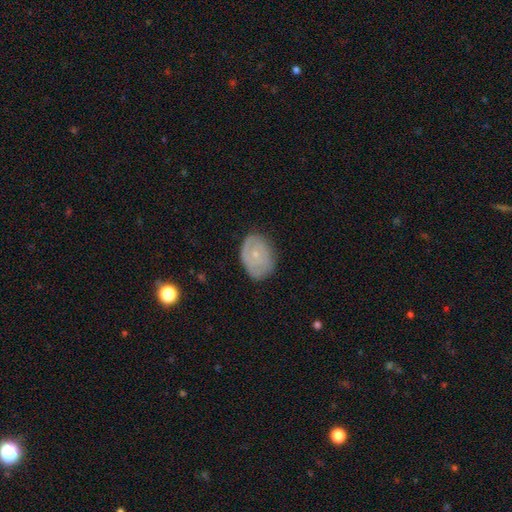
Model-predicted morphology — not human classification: Smooth or featured?
  - smooth: 49% *
  - featured or disk: 44%
  - star or artifact: 7%
Merging?
  - none: 71% *
  - minor disturbance: 22%
  - major disturbance: 6%
  - merger: 1%